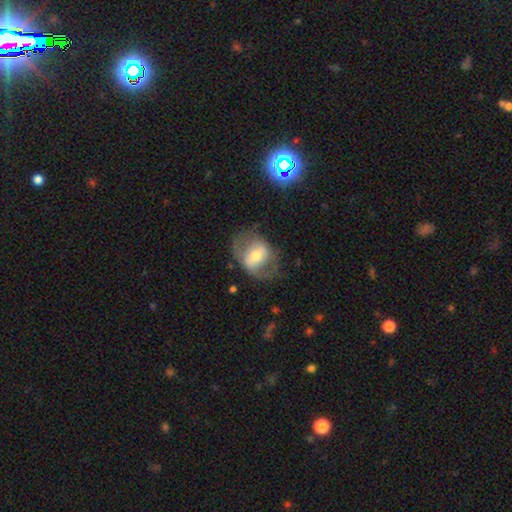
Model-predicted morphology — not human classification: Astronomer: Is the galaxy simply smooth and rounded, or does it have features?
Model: featured or disk — 51% (runner-up: smooth, 42%).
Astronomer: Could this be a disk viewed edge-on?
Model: no — 93%.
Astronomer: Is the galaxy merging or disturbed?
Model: none — 58%.